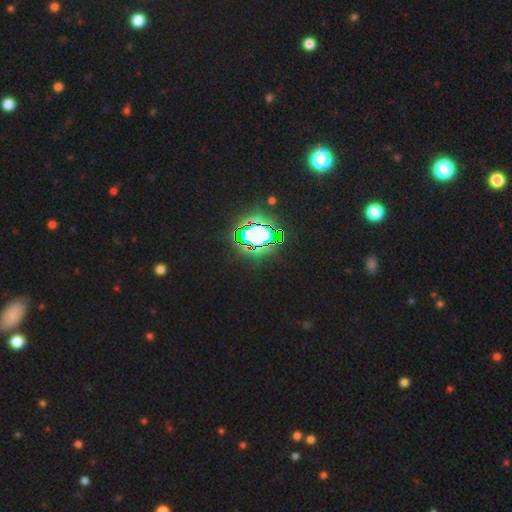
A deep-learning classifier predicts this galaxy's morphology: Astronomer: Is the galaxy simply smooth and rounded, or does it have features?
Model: star or artifact — 81%.